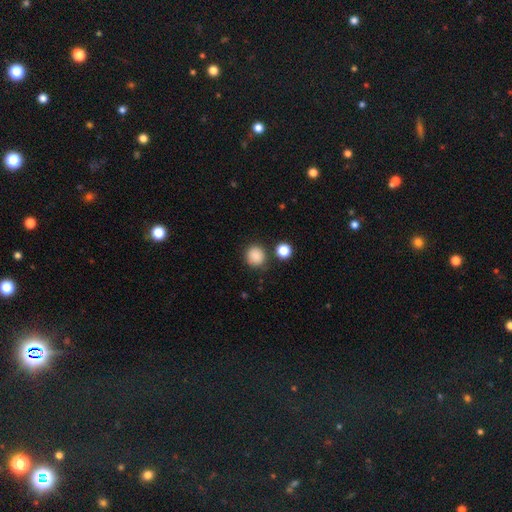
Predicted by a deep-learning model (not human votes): Smooth or featured: smooth — 87% (star or artifact — 10%)
How rounded: round — 89% (in between — 10%)
Merging: none — 82% (minor disturbance — 9%)